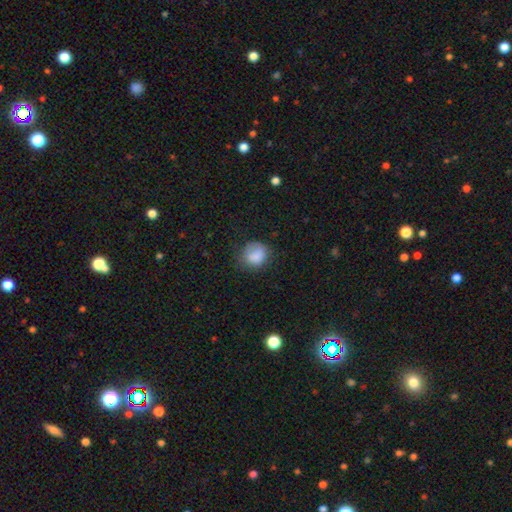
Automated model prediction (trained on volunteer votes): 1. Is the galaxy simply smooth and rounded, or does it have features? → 82% smooth, 9% featured or disk, 9% star or artifact.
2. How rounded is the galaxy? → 74% round, 25% in between, 1% cigar-shaped.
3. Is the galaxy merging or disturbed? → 58% none, 27% minor disturbance, 13% major disturbance, 2% merger.